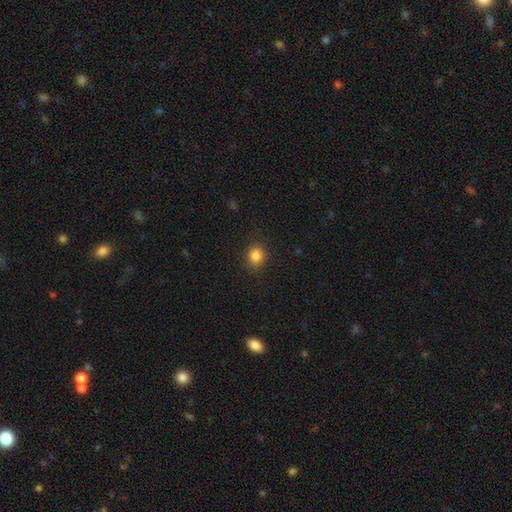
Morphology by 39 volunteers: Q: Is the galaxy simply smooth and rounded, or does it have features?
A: smooth — 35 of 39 (90%).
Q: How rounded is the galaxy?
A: round — 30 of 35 (86%).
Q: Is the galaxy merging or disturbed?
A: none — 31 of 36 (86%).